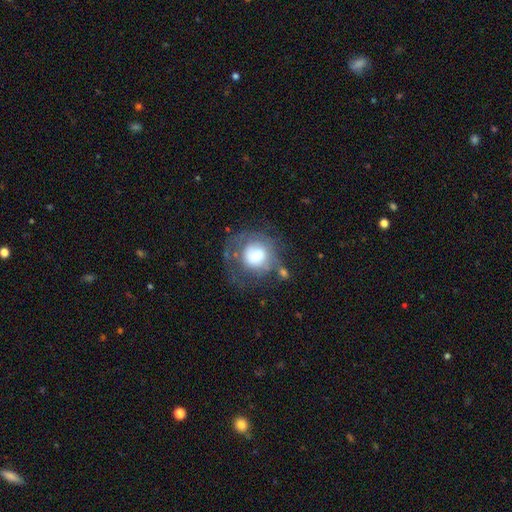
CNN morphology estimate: Smooth or featured? Predicted: smooth (p=0.55). How rounded? Predicted: round (p=0.87). Merging? Predicted: none (p=0.43).